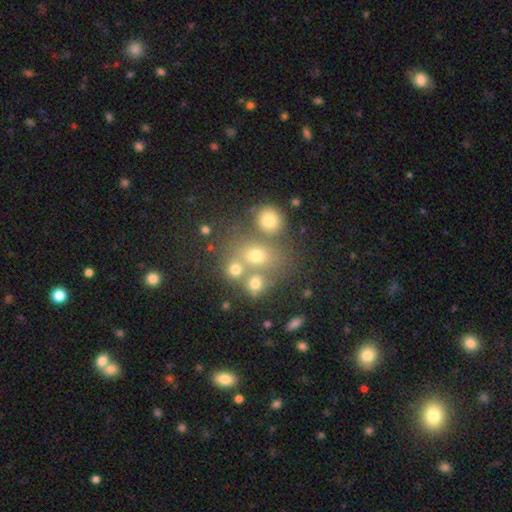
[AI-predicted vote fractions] Overall: smooth (47%; star or artifact 34%). Merging: none (47%; merger 40%).